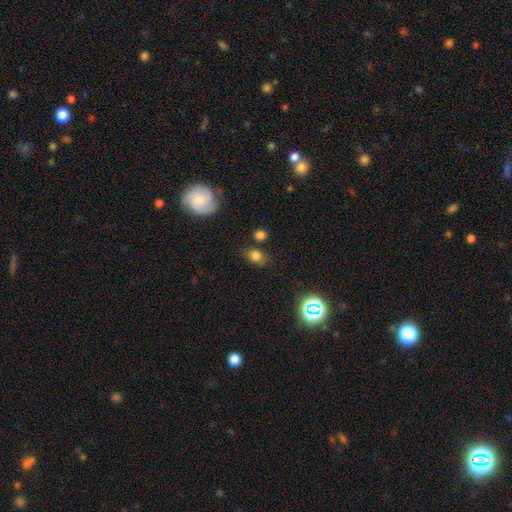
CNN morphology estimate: Overall: smooth (79%). How rounded: in between (61%; round 38%). Merging: none (72%).